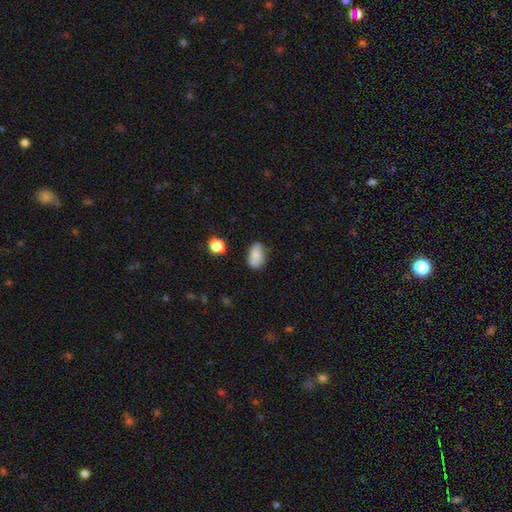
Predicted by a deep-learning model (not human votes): A smooth galaxy with no disk features (81%) that is in between round and cigar-shaped (89%). Merging: none (70%).